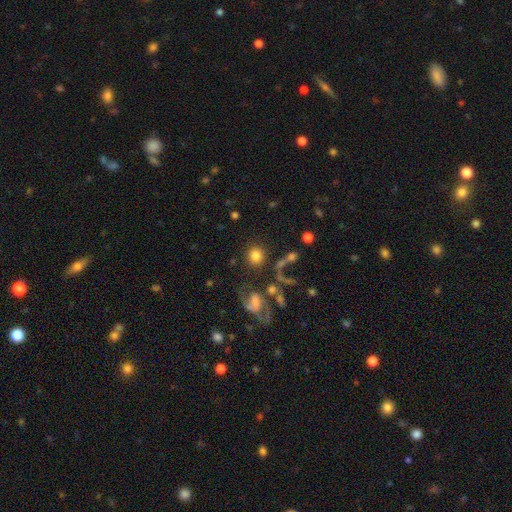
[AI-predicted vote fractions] smooth 78%, featured or disk 13%, star or artifact 10%. Down the decision tree: how rounded — round (87%); merging — none (72%).